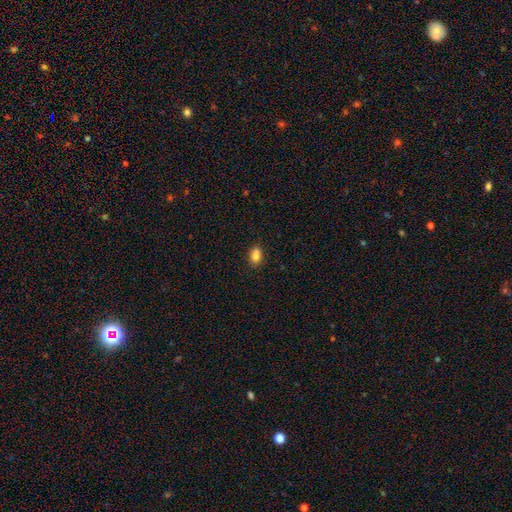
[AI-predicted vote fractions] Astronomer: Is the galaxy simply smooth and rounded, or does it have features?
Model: smooth — 84%.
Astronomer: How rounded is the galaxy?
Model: in between — 80%.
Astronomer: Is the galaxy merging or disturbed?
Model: none — 83%.